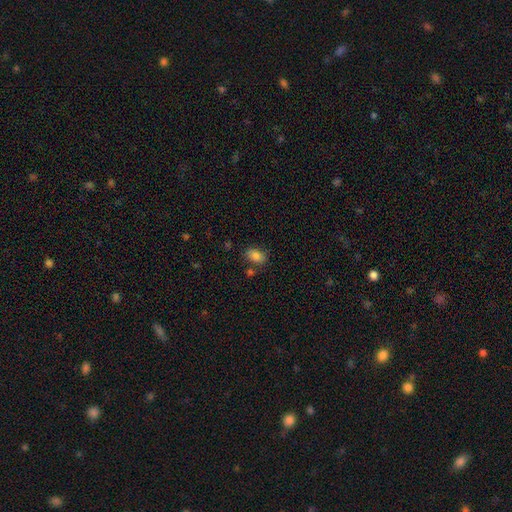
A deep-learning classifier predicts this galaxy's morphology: smooth_or_featured: smooth (p=0.83) [alt: star or artifact p=0.09]
how_rounded: in between (p=0.87) [alt: round p=0.12]
merging: none (p=0.74) [alt: minor disturbance p=0.14]